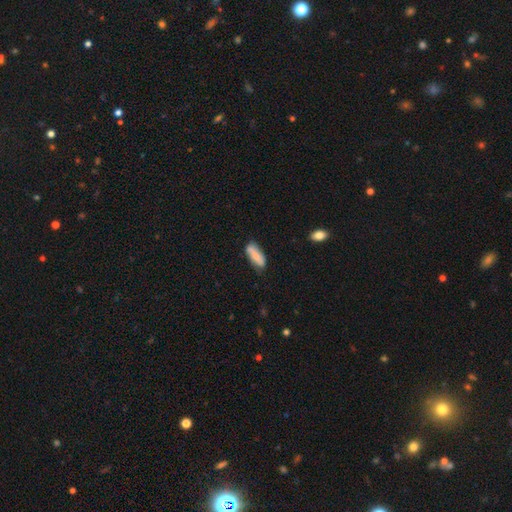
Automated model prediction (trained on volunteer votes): smooth_or_featured: smooth (p=0.71) [alt: featured or disk p=0.23]
how_rounded: in between (p=0.66) [alt: cigar-shaped p=0.31]
merging: none (p=0.69) [alt: minor disturbance p=0.22]